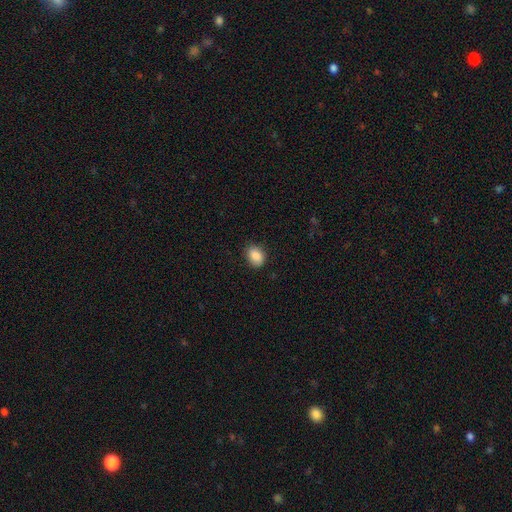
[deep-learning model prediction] Overall: smooth (88%). How rounded: in between (71%). Merging: none (83%).